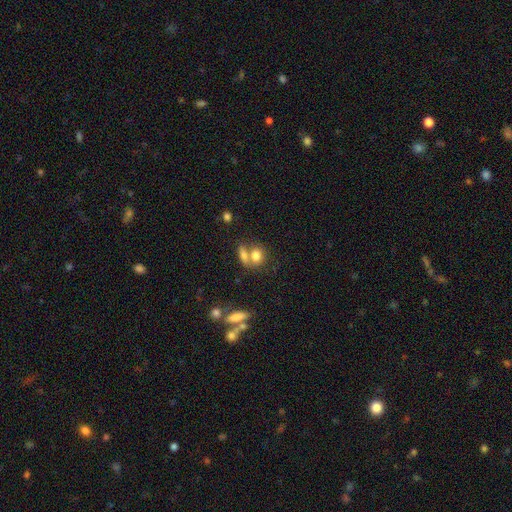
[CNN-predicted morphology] type=smooth (77%); roundness=in between (49%); merging=merger (47%).